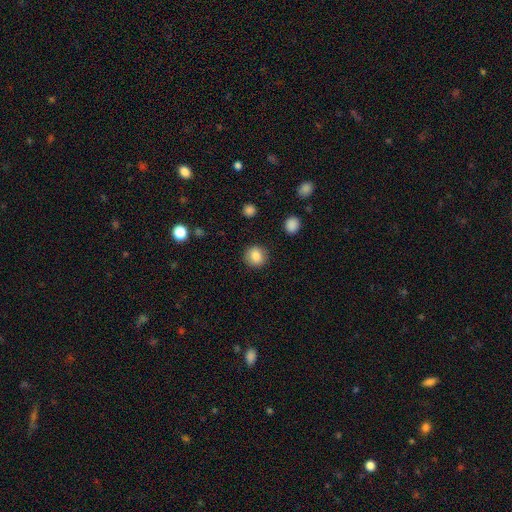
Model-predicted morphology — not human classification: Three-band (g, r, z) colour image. It shows a smooth galaxy with no disk features (85%) that is round (90%). Merging: none (89%).